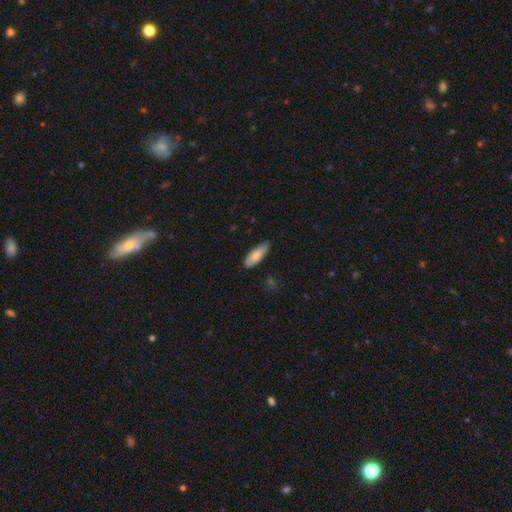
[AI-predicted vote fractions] Smooth or featured? Predicted: smooth (p=0.82). How rounded? Predicted: in between (p=0.64). Merging? Predicted: none (p=0.75).